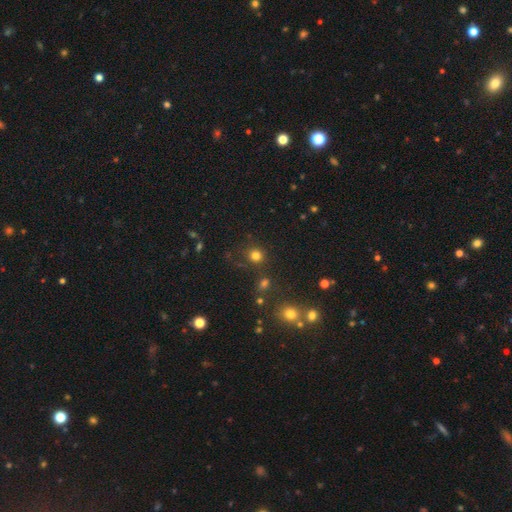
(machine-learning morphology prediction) smooth 77%, star or artifact 17%, featured or disk 6%. Down the decision tree: how rounded — round (89%); merging — none (79%).